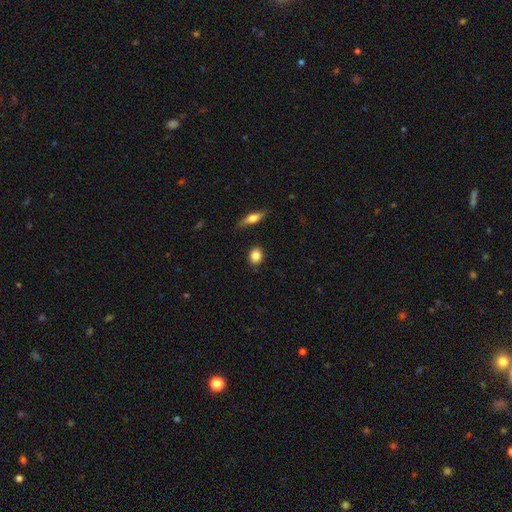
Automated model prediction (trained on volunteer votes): Overall: smooth (84%). How rounded: round (60%; in between 37%). Merging: none (87%).